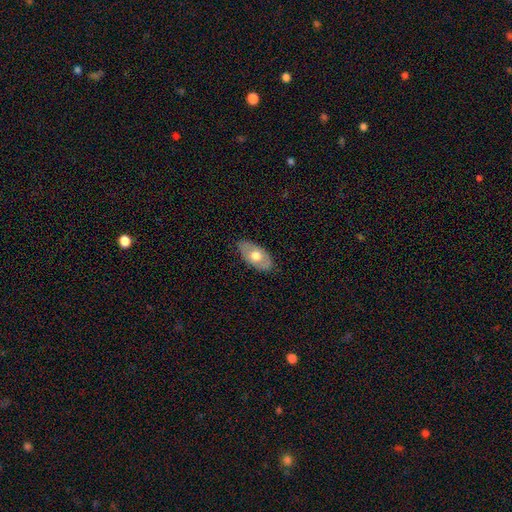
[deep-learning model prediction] A smooth galaxy with no disk features (55%) that is in between round and cigar-shaped (92%).

Vote fractions:
- Smooth or featured? smooth: 55% / featured or disk: 39% / star or artifact: 6%
- How rounded? in between: 92% / round: 5% / cigar-shaped: 3%
- Merging? none: 81% / minor disturbance: 15% / major disturbance: 3% / merger: 1%